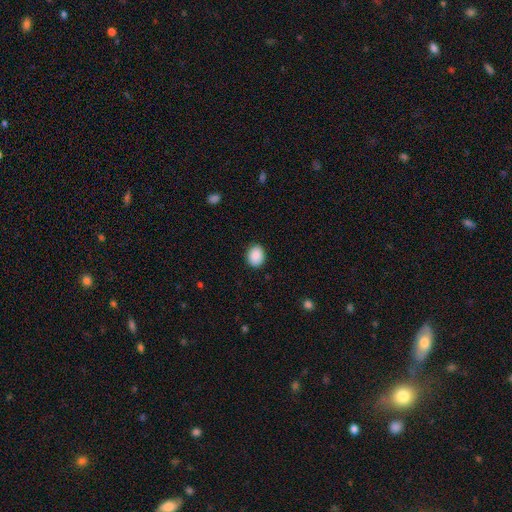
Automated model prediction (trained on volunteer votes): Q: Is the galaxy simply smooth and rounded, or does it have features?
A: smooth — 90%.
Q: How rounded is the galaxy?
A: in between — 58%.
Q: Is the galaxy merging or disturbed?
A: none — 88%.